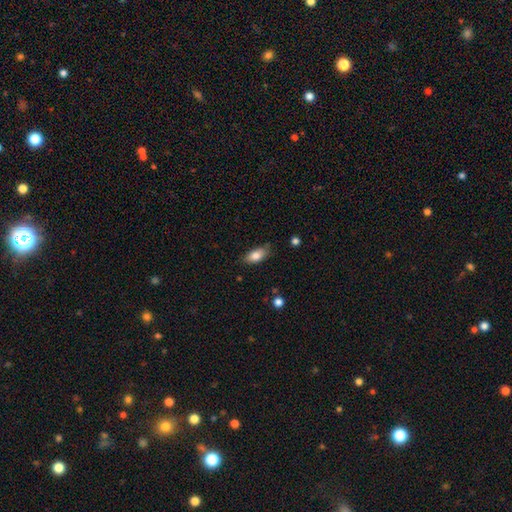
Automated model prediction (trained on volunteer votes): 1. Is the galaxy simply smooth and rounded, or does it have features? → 81% smooth, 11% featured or disk, 7% star or artifact.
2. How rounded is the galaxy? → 89% in between, 8% cigar-shaped, 4% round.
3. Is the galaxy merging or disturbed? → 74% none, 21% minor disturbance, 3% major disturbance, 2% merger.